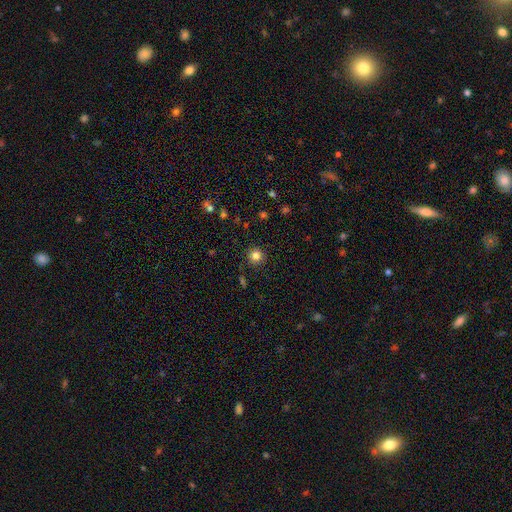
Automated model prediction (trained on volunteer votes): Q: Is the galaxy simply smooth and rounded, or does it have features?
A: smooth — 82%.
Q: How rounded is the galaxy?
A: round — 95%.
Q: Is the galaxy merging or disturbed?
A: none — 91%.